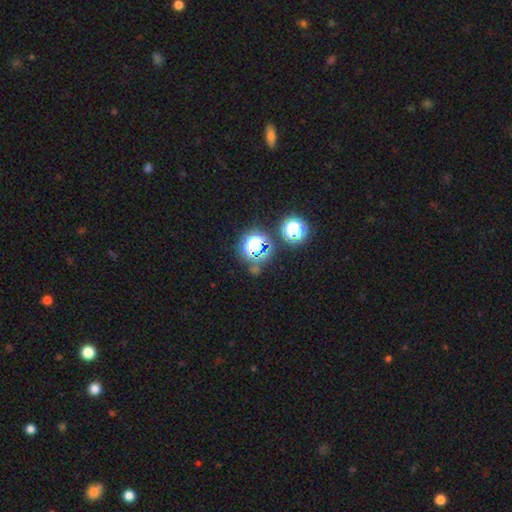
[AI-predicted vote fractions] Smooth or featured? Predicted: star or artifact (p=0.71).